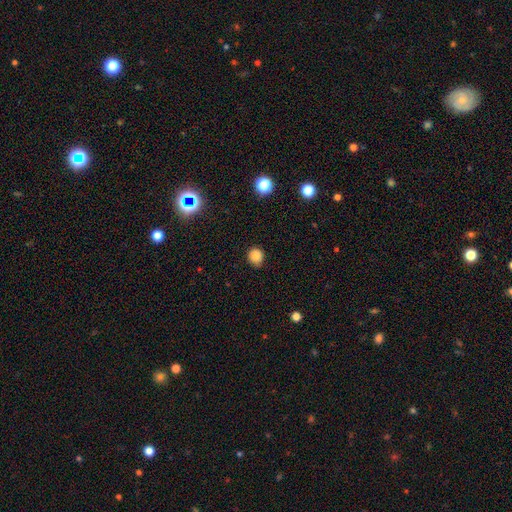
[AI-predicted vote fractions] smooth 84%, star or artifact 12%, featured or disk 4%. Down the decision tree: how rounded — round (83%); merging — none (81%).